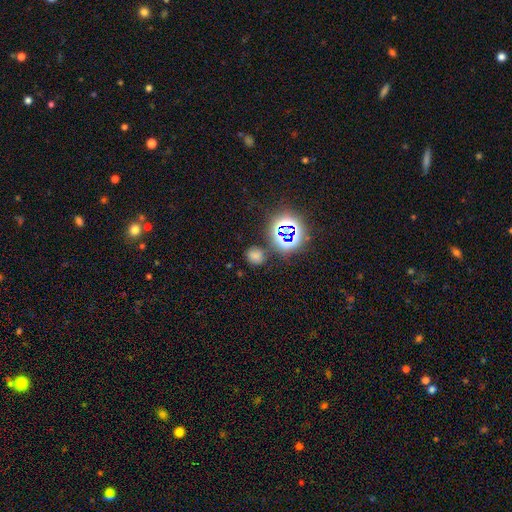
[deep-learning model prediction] Smooth or featured? Predicted: smooth (p=0.62). How rounded? Predicted: round (p=0.68). Merging? Predicted: none (p=0.77).